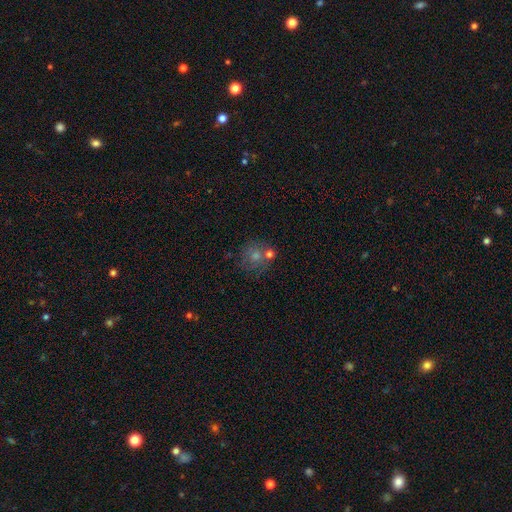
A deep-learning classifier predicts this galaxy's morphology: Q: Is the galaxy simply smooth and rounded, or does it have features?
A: smooth — 54%.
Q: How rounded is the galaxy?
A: round — 89%.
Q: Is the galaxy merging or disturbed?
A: none — 68%.